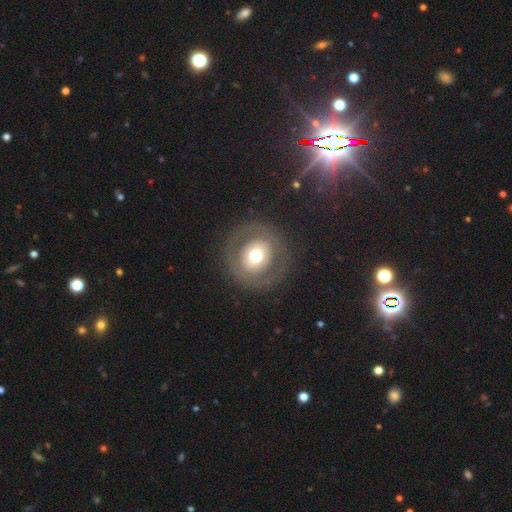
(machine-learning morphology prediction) Overall: smooth (52%; featured or disk 39%). How rounded: round (92%). Merging: none (84%).